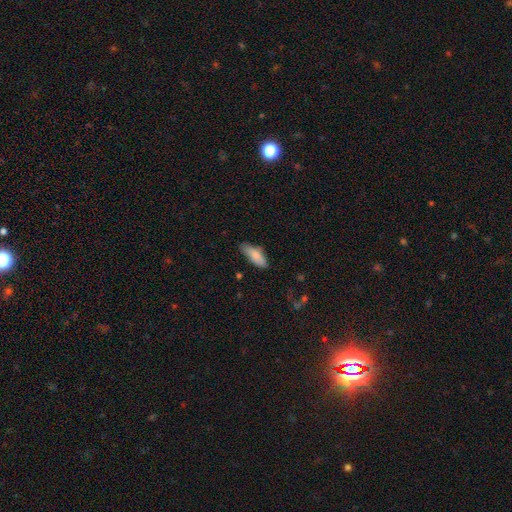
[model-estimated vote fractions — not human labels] This is clearly a smooth galaxy (81%). How rounded: likely in between (68%). Merging: likely none (72%).